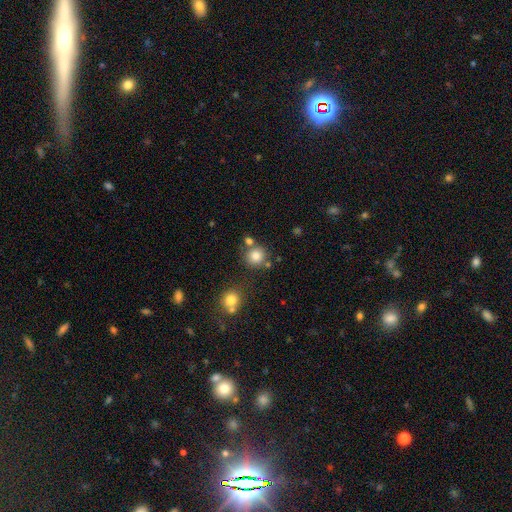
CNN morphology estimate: type=smooth (81%); roundness=round (91%); merging=none (74%).